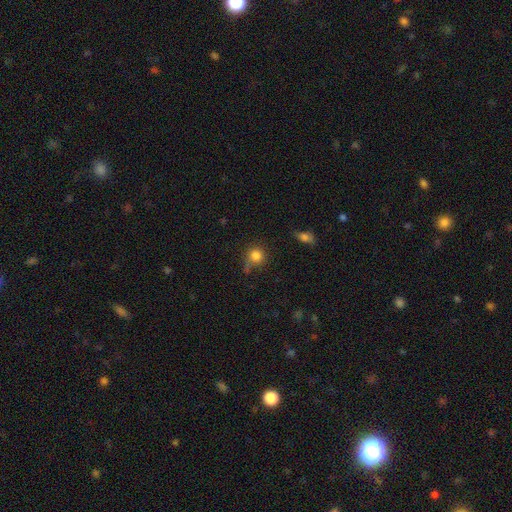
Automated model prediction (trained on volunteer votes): smooth-or-featured: smooth: 82% | star or artifact: 11% | featured or disk: 7%
  how-rounded: round: 88% | in between: 11% | cigar-shaped: 1%
  merging: none: 59% | minor disturbance: 22% | major disturbance: 10% | merger: 8%